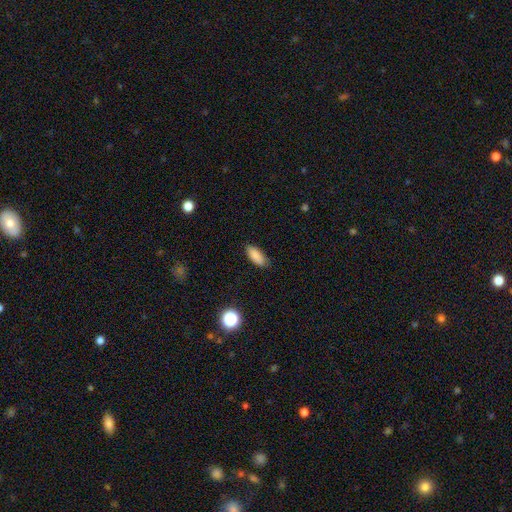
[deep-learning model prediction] Q: Smooth or featured?
A: smooth (87%); runner-up: star or artifact (8%)
Q: How rounded?
A: in between (82%); runner-up: cigar-shaped (16%)
Q: Merging?
A: none (84%); runner-up: minor disturbance (13%)